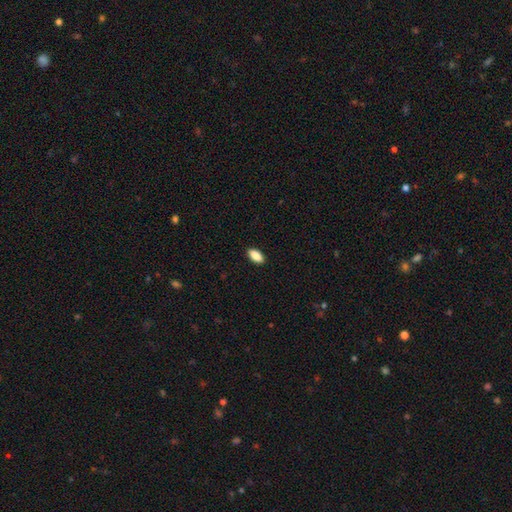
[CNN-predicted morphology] Overall: smooth (89%). How rounded: in between (92%). Merging: none (90%).